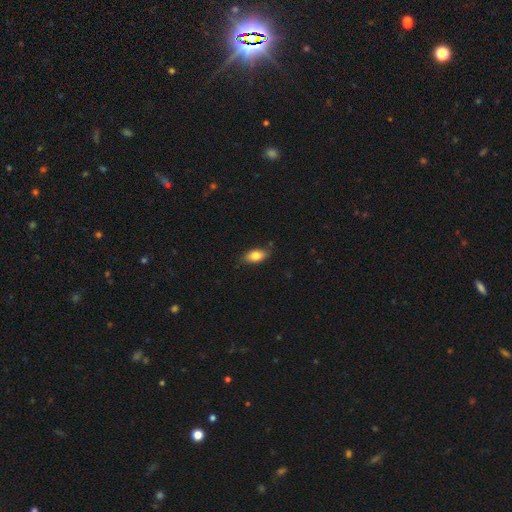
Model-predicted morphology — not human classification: Q: Smooth or featured?
A: smooth (80%); runner-up: featured or disk (13%)
Q: How rounded?
A: in between (89%); runner-up: cigar-shaped (6%)
Q: Merging?
A: none (81%); runner-up: minor disturbance (16%)